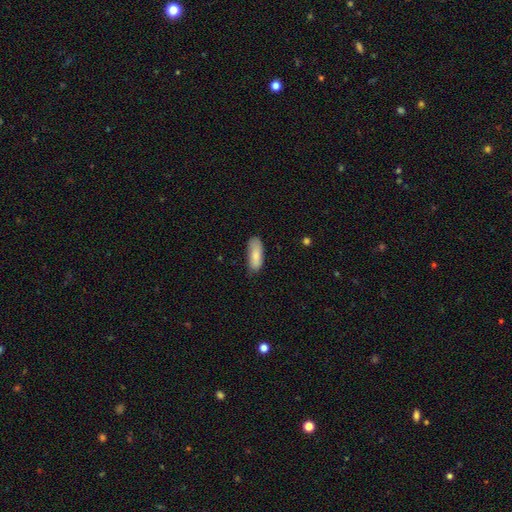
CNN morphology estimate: Q: Smooth or featured?
A: smooth (83%); runner-up: featured or disk (11%)
Q: How rounded?
A: in between (75%); runner-up: cigar-shaped (24%)
Q: Merging?
A: none (65%); runner-up: minor disturbance (28%)